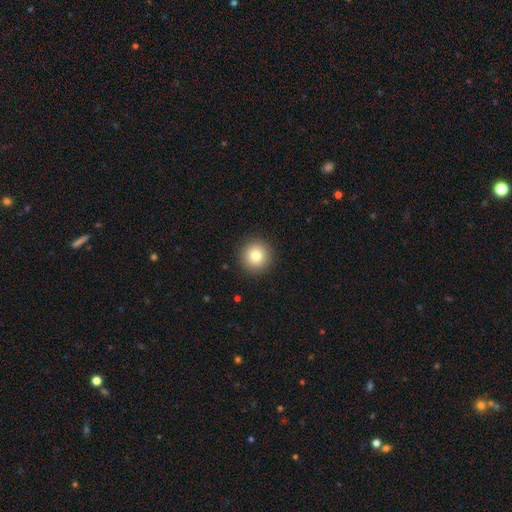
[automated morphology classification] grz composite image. It shows a smooth galaxy with no disk features (81%) that is round (95%). Merging: none (92%).